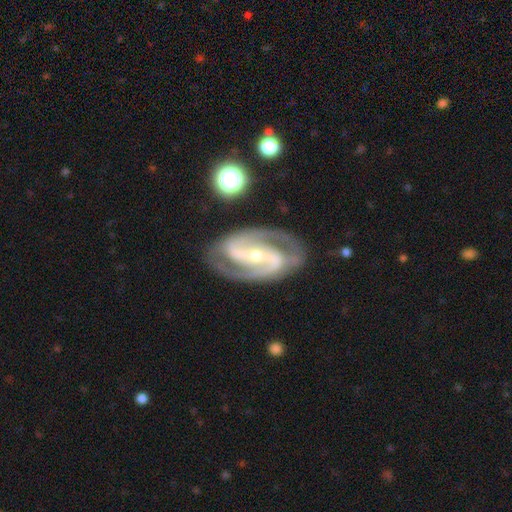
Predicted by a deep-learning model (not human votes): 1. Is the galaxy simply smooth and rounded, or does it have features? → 92% featured or disk, 4% star or artifact, 4% smooth.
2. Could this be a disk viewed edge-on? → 97% no, 3% yes.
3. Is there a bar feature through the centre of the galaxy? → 63% strong, 24% weak, 13% no.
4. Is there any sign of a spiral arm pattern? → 98% yes, 2% no.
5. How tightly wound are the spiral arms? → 52% medium, 36% tight, 12% loose.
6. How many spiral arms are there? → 92% 2, 2% 3, 2% can't tell, 1% 1, 1% 4, 1% more than 4.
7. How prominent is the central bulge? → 67% small, 30% moderate, 1% large, 1% none, 1% dominant.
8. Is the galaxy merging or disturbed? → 82% none, 12% minor disturbance, 4% major disturbance, 2% merger.